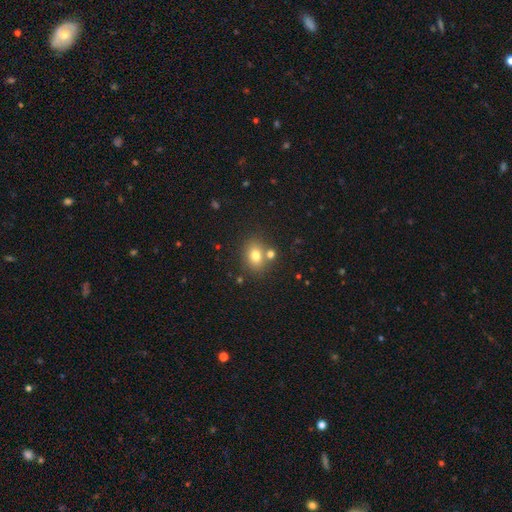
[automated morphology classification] Smooth or featured? smooth (76%)
How rounded? in between (53%)
Merging? none (67%)